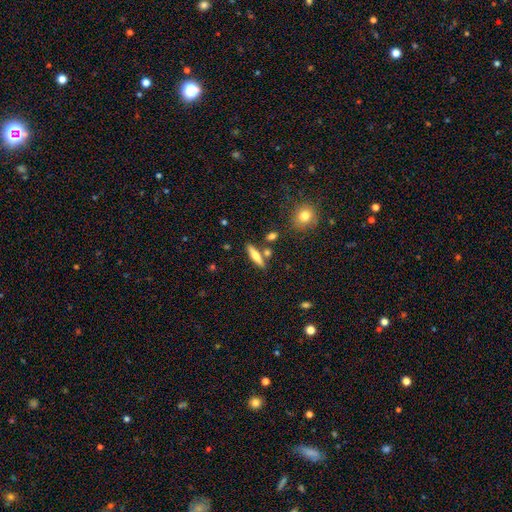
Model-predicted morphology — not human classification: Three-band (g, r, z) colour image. It shows a smooth galaxy with no disk features (52%) that is cigar-shaped (75%). Merging: none (77%).